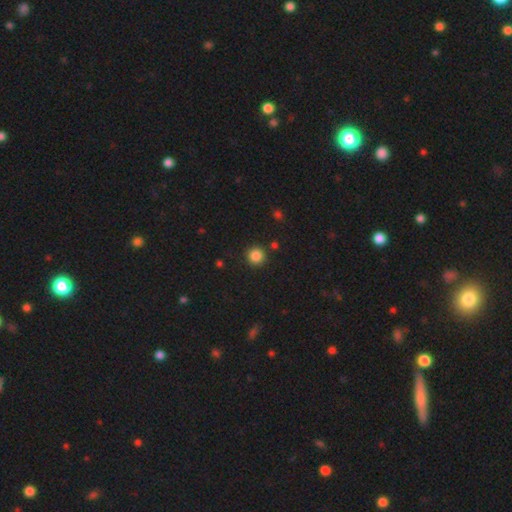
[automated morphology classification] A smooth galaxy with no disk features (85%) that is round (95%). Merging: none (89%).